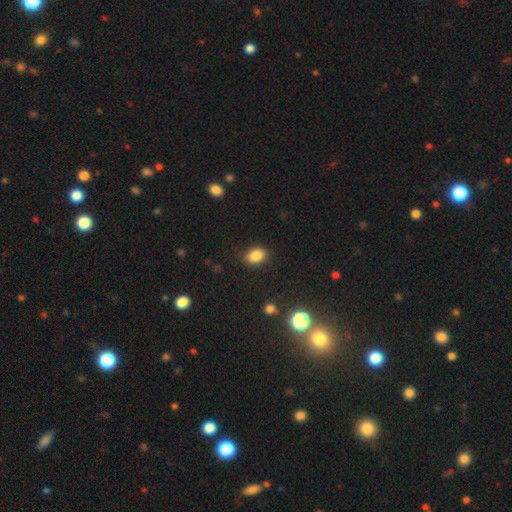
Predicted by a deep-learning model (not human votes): Smooth or featured?
  - smooth: 85% *
  - star or artifact: 10%
  - featured or disk: 4%
How rounded?
  - in between: 71% *
  - round: 28%
  - cigar-shaped: 1%
Merging?
  - none: 86% *
  - minor disturbance: 10%
  - major disturbance: 3%
  - merger: 1%